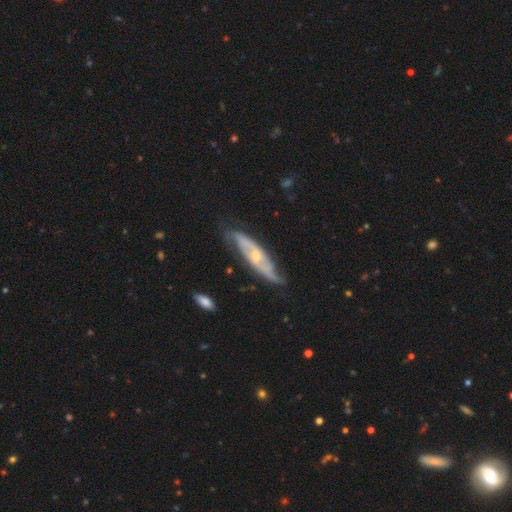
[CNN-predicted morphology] Smooth or featured?
  - featured or disk: 80% *
  - smooth: 14%
  - star or artifact: 6%
Edge-on disk?
  - no: 73% *
  - yes: 27%
Bar?
  - no: 60% *
  - weak: 32%
  - strong: 9%
Spiral arms?
  - yes: 92% *
  - no: 8%
Spiral winding?
  - medium: 43% *
  - tight: 32%
  - loose: 25%
Spiral arm count?
  - 2: 63% *
  - can't tell: 23%
  - 3: 7%
  - 1: 3%
  - 4: 2%
  - more than 4: 2%
Bulge size?
  - small: 51% *
  - moderate: 45%
  - none: 2%
  - large: 2%
  - dominant: 1%
Merging?
  - none: 68% *
  - minor disturbance: 23%
  - major disturbance: 7%
  - merger: 2%